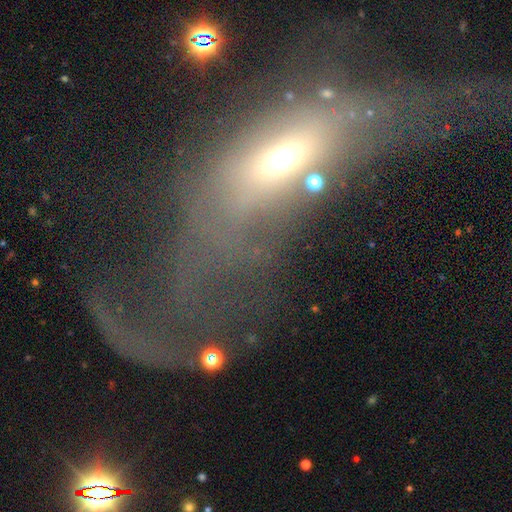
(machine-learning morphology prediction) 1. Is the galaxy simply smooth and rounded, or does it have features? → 46% featured or disk, 38% smooth, 17% star or artifact.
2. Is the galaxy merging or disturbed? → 48% major disturbance, 27% none, 13% merger, 12% minor disturbance.